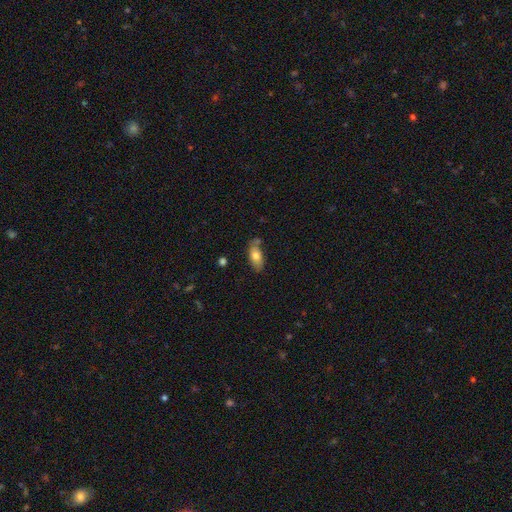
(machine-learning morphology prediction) smooth_or_featured: smooth (p=0.73) [alt: featured or disk p=0.20]
how_rounded: in between (p=0.86) [alt: cigar-shaped p=0.11]
merging: none (p=0.64) [alt: minor disturbance p=0.21]